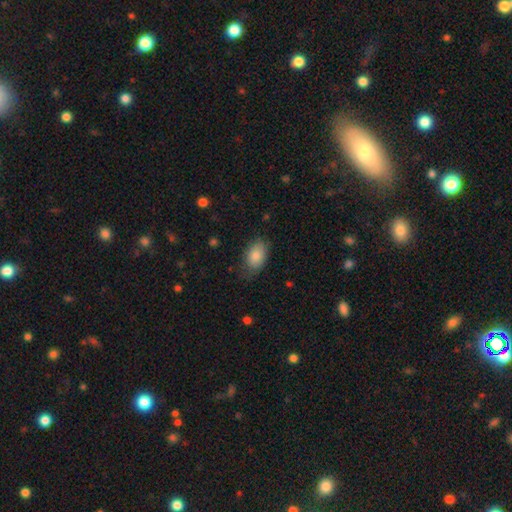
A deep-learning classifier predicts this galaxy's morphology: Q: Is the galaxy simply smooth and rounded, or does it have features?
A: smooth — 85%.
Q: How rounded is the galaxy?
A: in between — 89%.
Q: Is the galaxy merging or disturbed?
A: none — 70%.